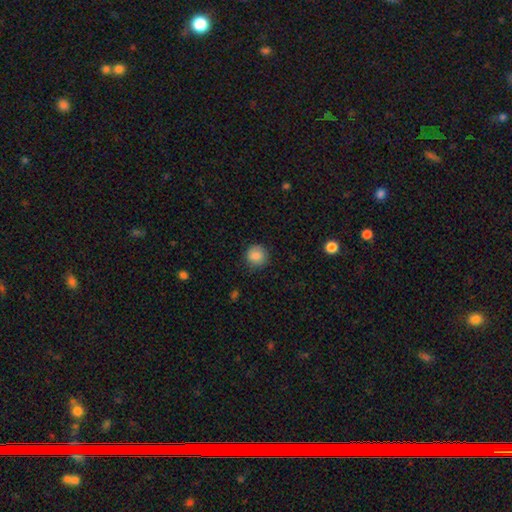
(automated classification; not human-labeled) This is clearly a smooth galaxy (87%). How rounded: clearly round (91%). Merging: clearly none (85%).